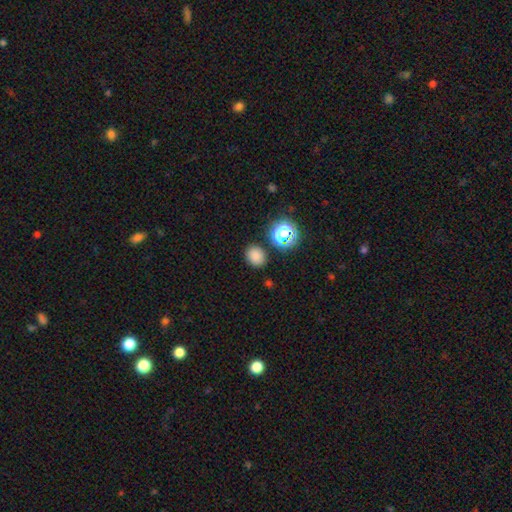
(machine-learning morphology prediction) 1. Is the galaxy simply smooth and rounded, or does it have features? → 78% smooth, 17% star or artifact, 5% featured or disk.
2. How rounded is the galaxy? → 59% round, 40% in between, 1% cigar-shaped.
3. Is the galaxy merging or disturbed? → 84% none, 9% minor disturbance, 4% merger, 3% major disturbance.